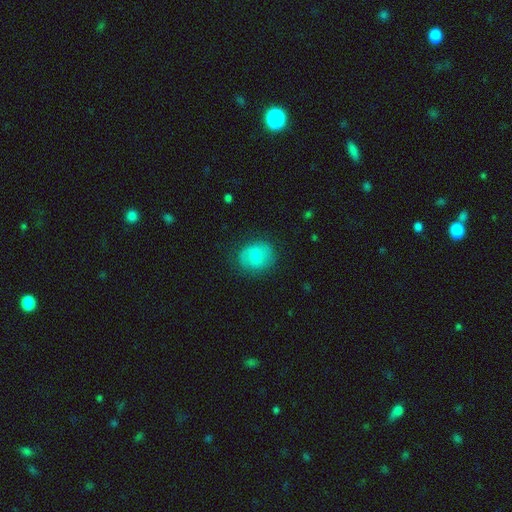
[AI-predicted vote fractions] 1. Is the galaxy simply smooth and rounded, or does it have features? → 65% smooth, 27% featured or disk, 8% star or artifact.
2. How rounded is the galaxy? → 64% round, 35% in between, 1% cigar-shaped.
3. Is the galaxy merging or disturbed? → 71% none, 19% minor disturbance, 8% major disturbance, 1% merger.